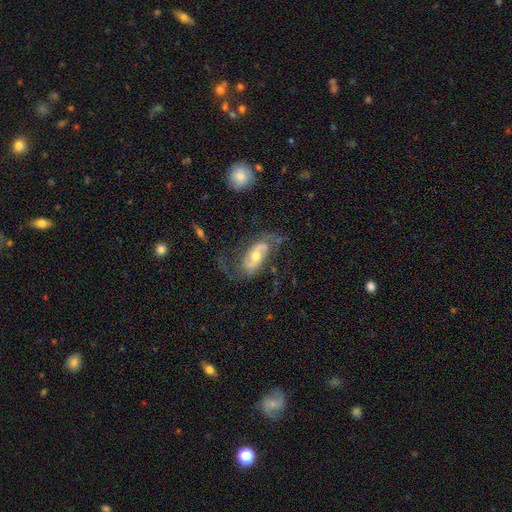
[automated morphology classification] smooth_or_featured: featured or disk (p=0.78) [alt: smooth p=0.16]
disk_edge_on: no (p=0.93) [alt: yes p=0.07]
bar: no (p=0.48) [alt: weak p=0.34]
has_spiral_arms: yes (p=0.88) [alt: no p=0.12]
spiral_winding: loose (p=0.41) [alt: medium p=0.40]
spiral_arm_count: 2 (p=0.83) [alt: can't tell p=0.09]
bulge_size: moderate (p=0.65) [alt: small p=0.28]
merging: none (p=0.56) [alt: major disturbance p=0.21]